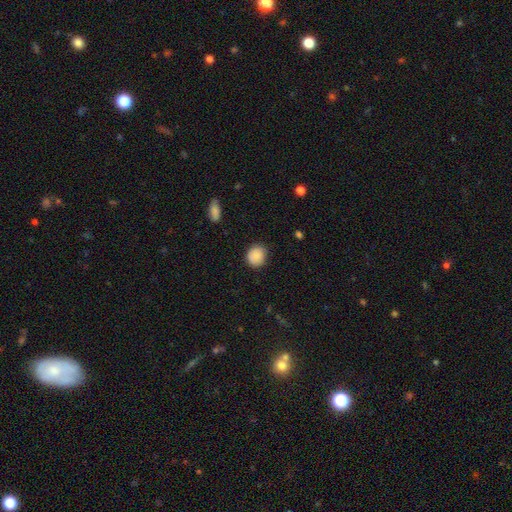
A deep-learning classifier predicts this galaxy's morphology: The model was most divided on "how rounded": round: 79%, in between: 20%, cigar-shaped: 1%. More confident: smooth or featured — smooth (88%); merging — none (83%).